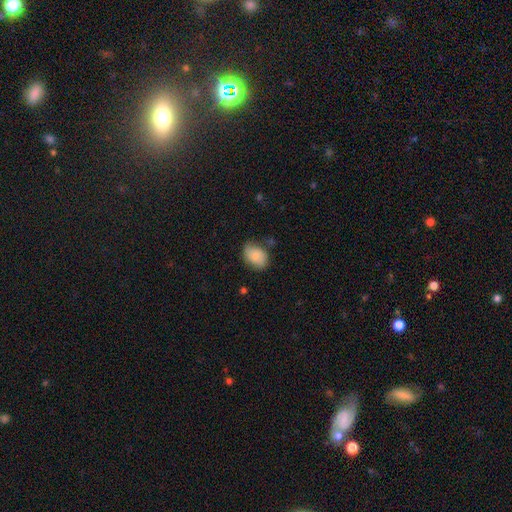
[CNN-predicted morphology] This appears to be a smooth galaxy with no disk features (82%) that is in between round and cigar-shaped (81%). Merging: none (67%).